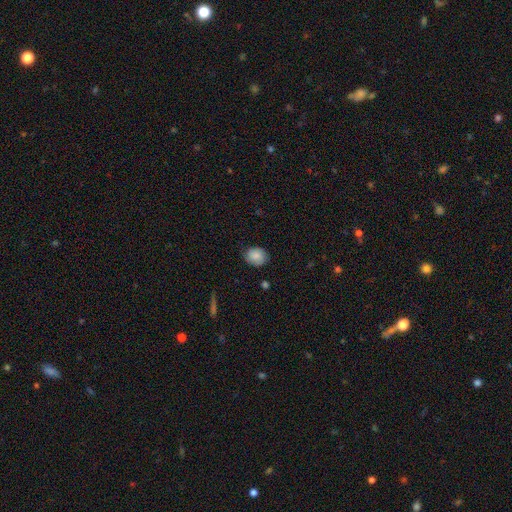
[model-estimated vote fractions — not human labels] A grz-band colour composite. It shows a smooth galaxy with no disk features (81%) that is round (64%). Merging: none (76%).